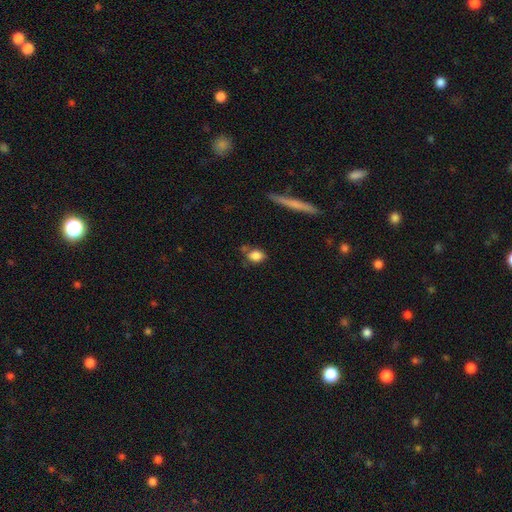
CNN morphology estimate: The model was most divided on "how rounded": in between: 62%, round: 34%, cigar-shaped: 4%. More confident: smooth or featured — smooth (83%); merging — none (61%).